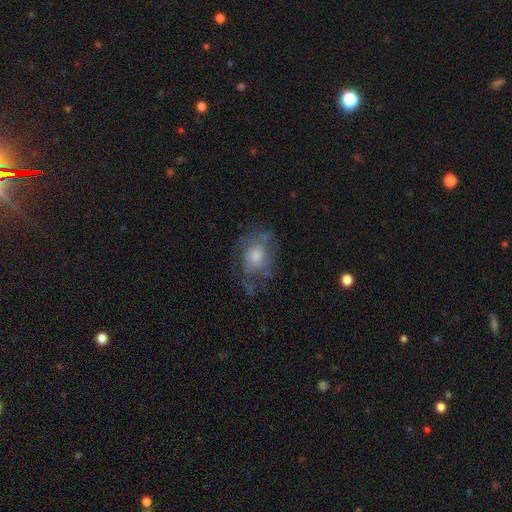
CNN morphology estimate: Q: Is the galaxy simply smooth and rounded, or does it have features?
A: featured or disk — 57%.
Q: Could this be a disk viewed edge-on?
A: no — 96%.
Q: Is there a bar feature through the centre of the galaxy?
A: no — 81%.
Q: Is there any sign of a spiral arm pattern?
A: yes — 55%.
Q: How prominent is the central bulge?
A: moderate — 53%.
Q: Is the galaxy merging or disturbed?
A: none — 52%.